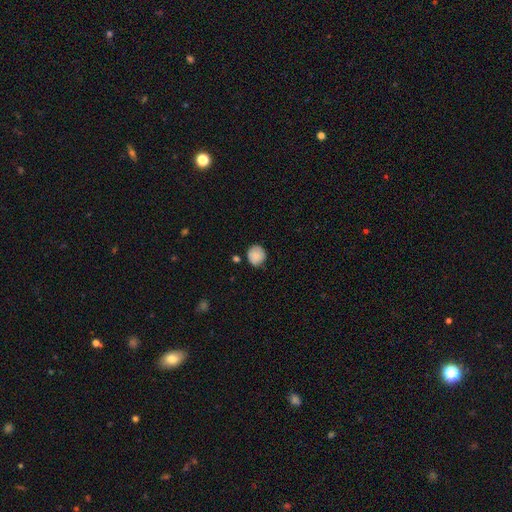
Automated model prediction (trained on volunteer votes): A smooth galaxy with no disk features (85%) that is round (87%).

Vote fractions:
- Smooth or featured? smooth: 85% / star or artifact: 8% / featured or disk: 8%
- How rounded? round: 87% / in between: 12% / cigar-shaped: 1%
- Merging? none: 75% / minor disturbance: 19% / major disturbance: 3% / merger: 3%